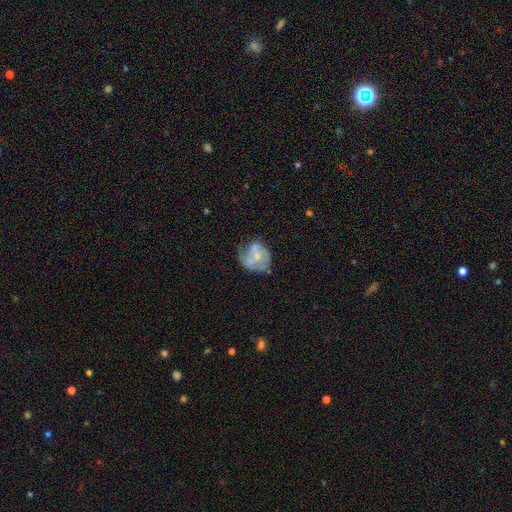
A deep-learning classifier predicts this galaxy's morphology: Q: Smooth or featured?
A: featured or disk (64%); runner-up: smooth (29%)
Q: Edge-on disk?
A: no (98%); runner-up: yes (2%)
Q: Bar?
A: no (77%); runner-up: weak (20%)
Q: Spiral arms?
A: no (53%); runner-up: yes (47%)
Q: Bulge size?
A: small (40%); runner-up: moderate (39%)
Q: Merging?
A: none (42%); runner-up: minor disturbance (26%)